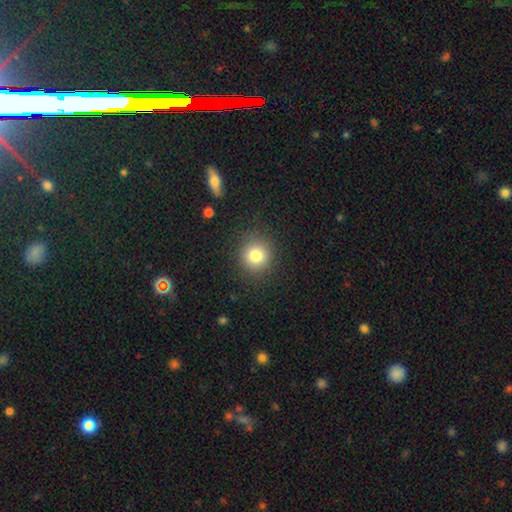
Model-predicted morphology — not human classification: This is clearly a smooth galaxy (81%). How rounded: clearly round (90%). Merging: clearly none (88%).